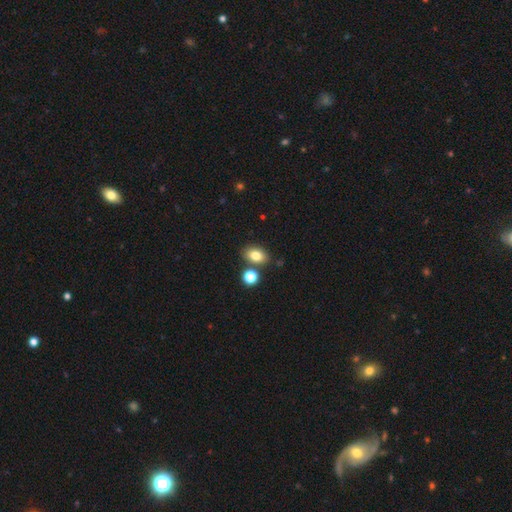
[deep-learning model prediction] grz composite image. It shows a smooth galaxy with no disk features (81%) that is in between round and cigar-shaped (75%). Merging: none (74%).